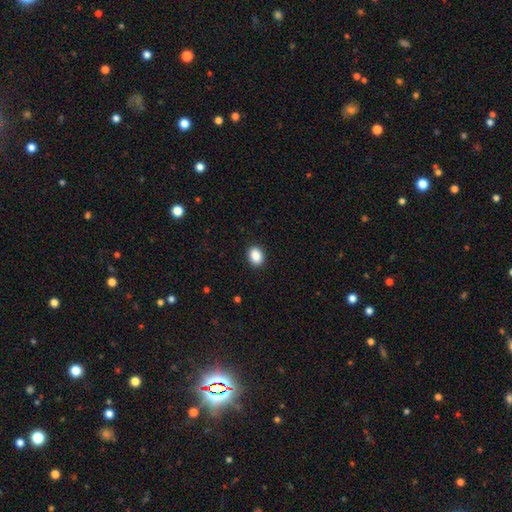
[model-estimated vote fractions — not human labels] This is clearly a smooth galaxy (89%). How rounded: likely in between (63%). Merging: clearly none (91%).